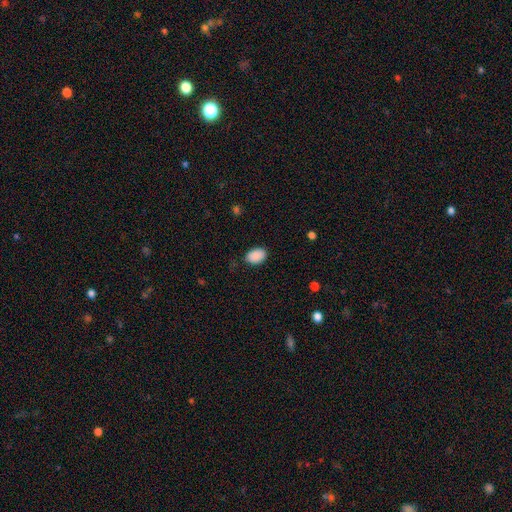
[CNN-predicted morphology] Smooth or featured?
  - smooth: 90% *
  - star or artifact: 7%
  - featured or disk: 3%
How rounded?
  - in between: 86% *
  - round: 13%
  - cigar-shaped: 1%
Merging?
  - none: 82% *
  - minor disturbance: 14%
  - major disturbance: 3%
  - merger: 1%